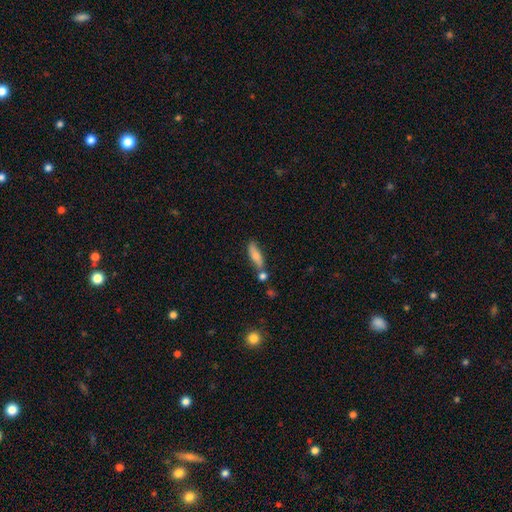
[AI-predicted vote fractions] Smooth or featured: smooth — 72% (featured or disk — 21%)
How rounded: in between — 49% (cigar-shaped — 48%)
Merging: none — 56% (merger — 23%)